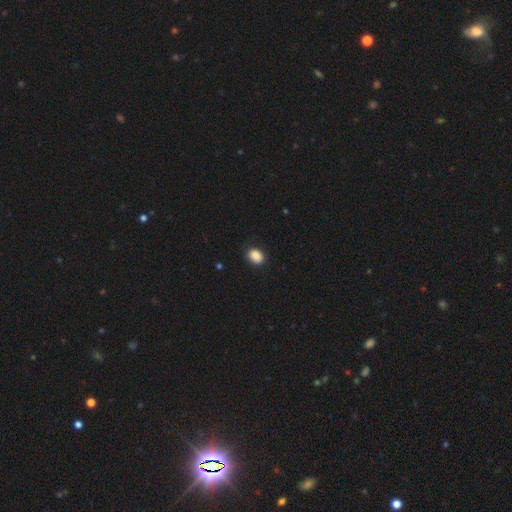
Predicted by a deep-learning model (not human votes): This appears to be a smooth galaxy with no disk features (88%) that is in between round and cigar-shaped (69%). Merging: none (85%).